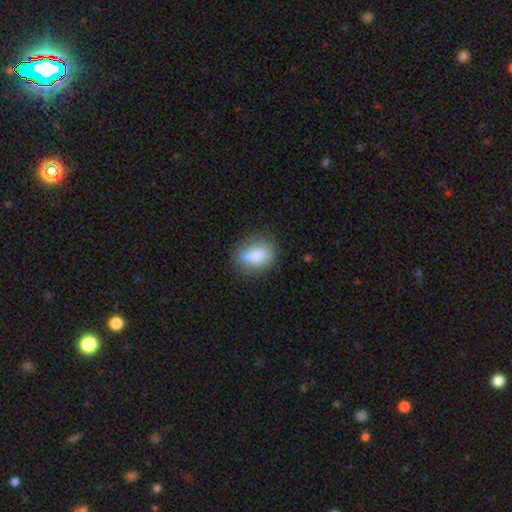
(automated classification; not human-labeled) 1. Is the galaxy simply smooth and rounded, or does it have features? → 81% smooth, 11% featured or disk, 8% star or artifact.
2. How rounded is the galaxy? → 73% in between, 21% round, 6% cigar-shaped.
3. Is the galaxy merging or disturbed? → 73% none, 19% minor disturbance, 6% major disturbance, 3% merger.